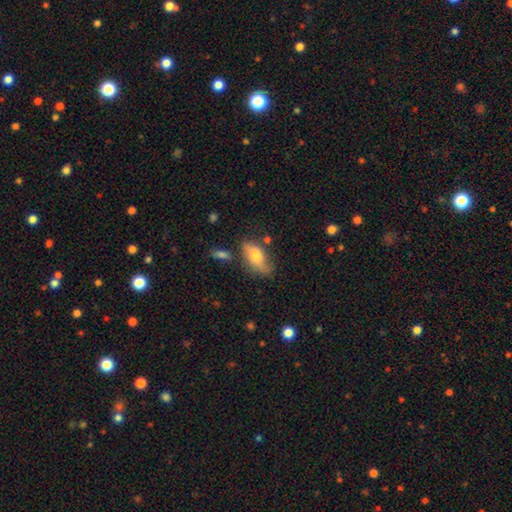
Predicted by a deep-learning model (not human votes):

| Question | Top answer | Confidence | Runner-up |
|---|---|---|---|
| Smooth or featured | smooth | 65% | featured or disk (27%) |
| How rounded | in between | 89% | cigar-shaped (6%) |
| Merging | none | 50% | minor disturbance (29%) |